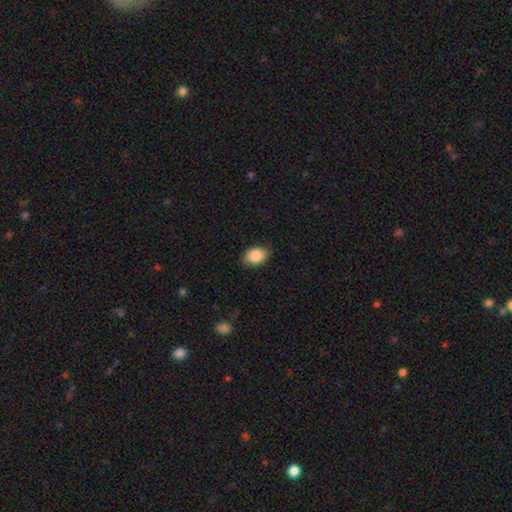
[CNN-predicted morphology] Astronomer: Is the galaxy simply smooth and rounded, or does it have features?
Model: smooth — 89%.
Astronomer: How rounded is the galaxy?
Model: in between — 82%.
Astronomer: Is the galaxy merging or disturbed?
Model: none — 83%.